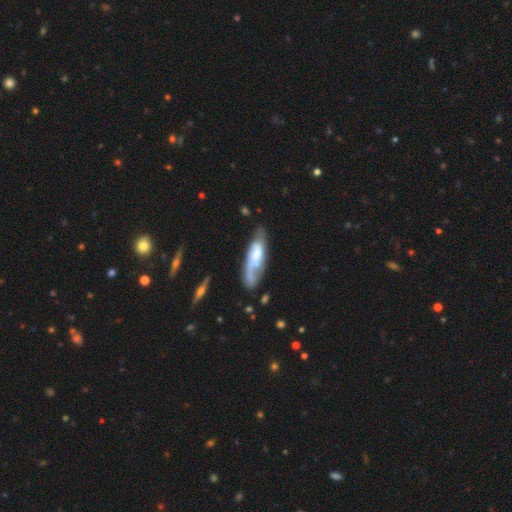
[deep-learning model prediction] This appears to be a featured or disk galaxy (58%). Merging: none (51%).